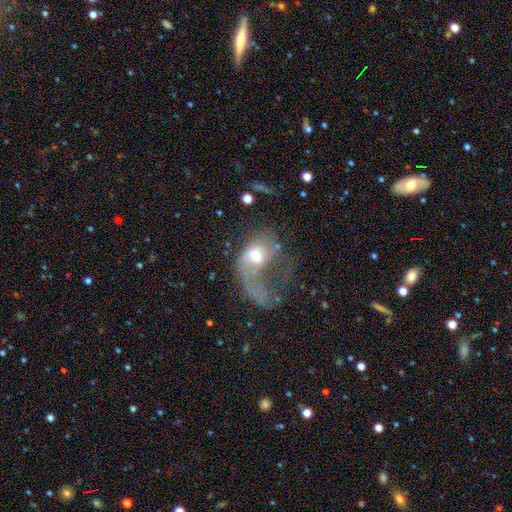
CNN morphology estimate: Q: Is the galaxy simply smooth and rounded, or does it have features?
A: featured or disk — 61%.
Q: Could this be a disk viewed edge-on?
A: no — 96%.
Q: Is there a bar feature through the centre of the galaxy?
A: no — 59%.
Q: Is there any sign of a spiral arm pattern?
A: yes — 65%.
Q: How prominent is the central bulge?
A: moderate — 60%.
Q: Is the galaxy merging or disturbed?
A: major disturbance — 63%.